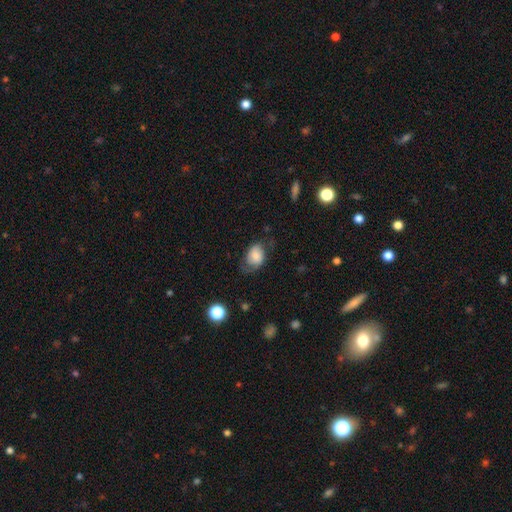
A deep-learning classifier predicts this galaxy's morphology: Q: Smooth or featured?
A: smooth (66%); runner-up: featured or disk (25%)
Q: How rounded?
A: in between (70%); runner-up: round (29%)
Q: Merging?
A: none (44%); runner-up: minor disturbance (33%)